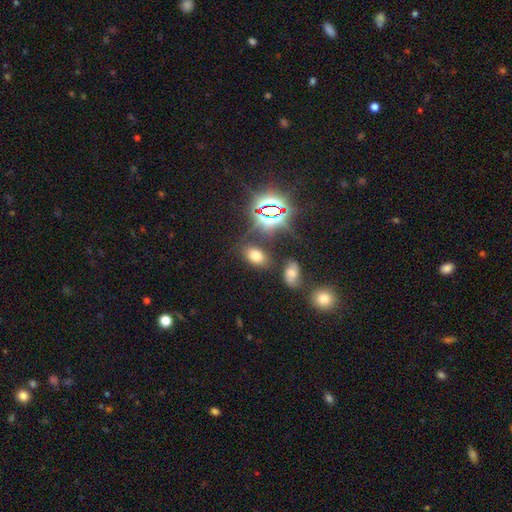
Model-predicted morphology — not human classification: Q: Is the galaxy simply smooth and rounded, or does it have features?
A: smooth — 62%.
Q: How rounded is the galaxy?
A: in between — 86%.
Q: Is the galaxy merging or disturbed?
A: none — 77%.